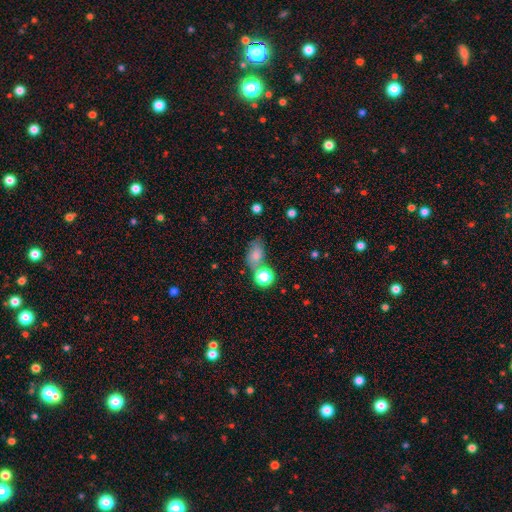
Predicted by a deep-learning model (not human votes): Smooth or featured?
  - smooth: 71% *
  - star or artifact: 15%
  - featured or disk: 14%
How rounded?
  - in between: 77% *
  - round: 20%
  - cigar-shaped: 3%
Merging?
  - none: 51% *
  - minor disturbance: 20%
  - merger: 20%
  - major disturbance: 9%